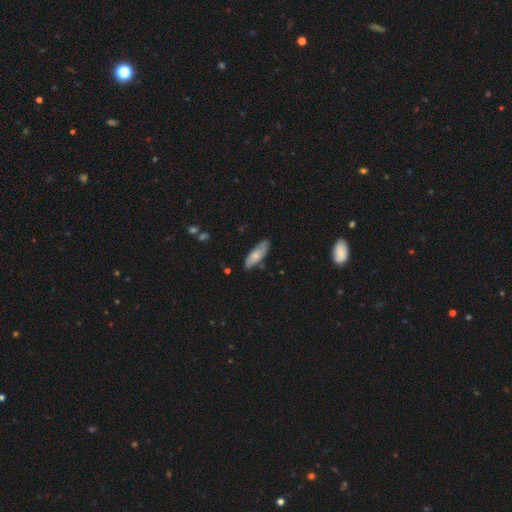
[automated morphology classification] A smooth galaxy with no disk features (65%) that is in between round and cigar-shaped (62%). Merging: none (76%).